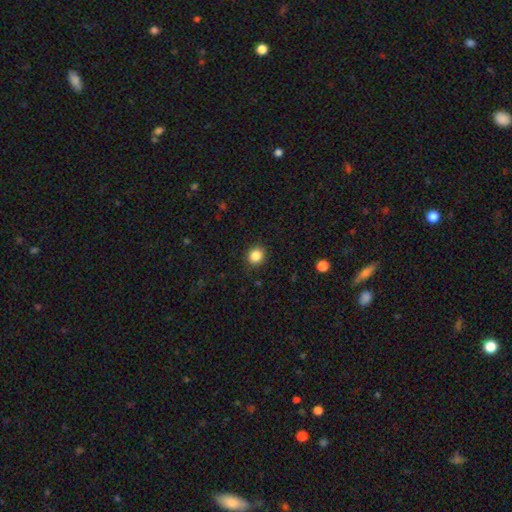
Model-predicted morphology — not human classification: This appears to be a smooth galaxy with no disk features (86%) that is round (83%). Merging: none (90%).